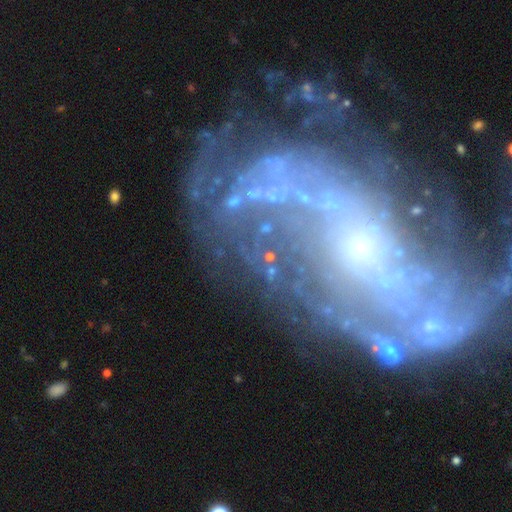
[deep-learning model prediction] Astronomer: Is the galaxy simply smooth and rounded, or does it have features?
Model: featured or disk — 79%.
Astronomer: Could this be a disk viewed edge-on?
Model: no — 96%.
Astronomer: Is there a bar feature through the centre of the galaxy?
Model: no — 65%.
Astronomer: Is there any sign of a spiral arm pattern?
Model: yes — 78%.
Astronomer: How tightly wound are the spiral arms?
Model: medium — 35% (runner-up: loose, 33%).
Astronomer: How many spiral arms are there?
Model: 2 — 36% (runner-up: can't tell, 30%).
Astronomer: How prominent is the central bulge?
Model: small — 63%.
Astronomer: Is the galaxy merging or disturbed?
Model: none — 50%.